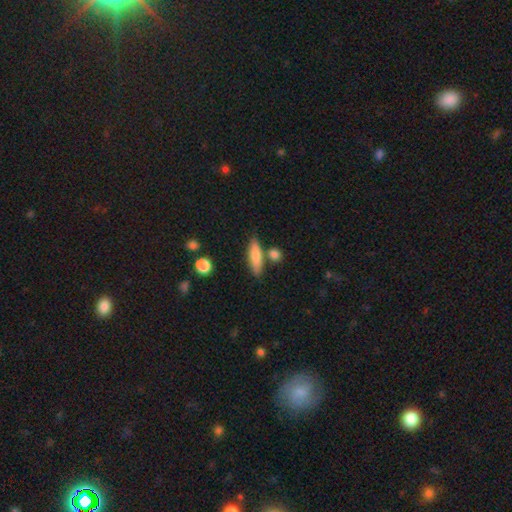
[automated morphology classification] smooth_or_featured: smooth (p=0.77) [alt: featured or disk p=0.16]
how_rounded: cigar-shaped (p=0.62) [alt: in between p=0.35]
merging: none (p=0.74) [alt: minor disturbance p=0.12]